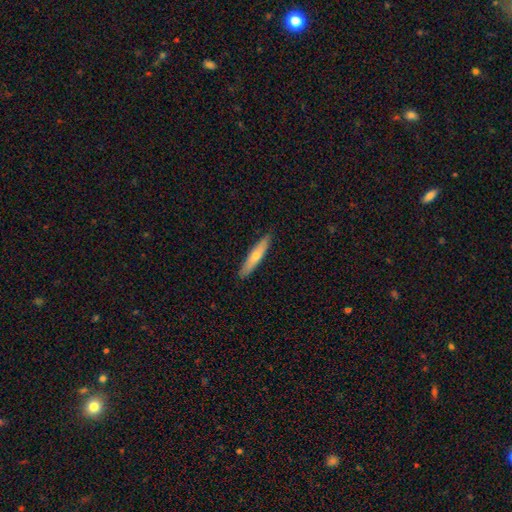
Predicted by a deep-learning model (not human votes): smooth-or-featured: smooth: 56% | featured or disk: 38% | star or artifact: 6%
  how-rounded: cigar-shaped: 89% | in between: 10% | round: 1%
  merging: none: 90% | minor disturbance: 8% | major disturbance: 1% | merger: 1%